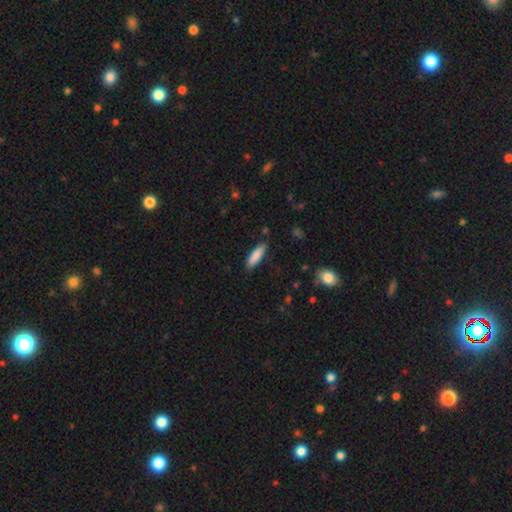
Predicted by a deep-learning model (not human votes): Q: Smooth or featured?
A: smooth (86%); runner-up: featured or disk (8%)
Q: How rounded?
A: cigar-shaped (61%); runner-up: in between (38%)
Q: Merging?
A: none (85%); runner-up: minor disturbance (11%)